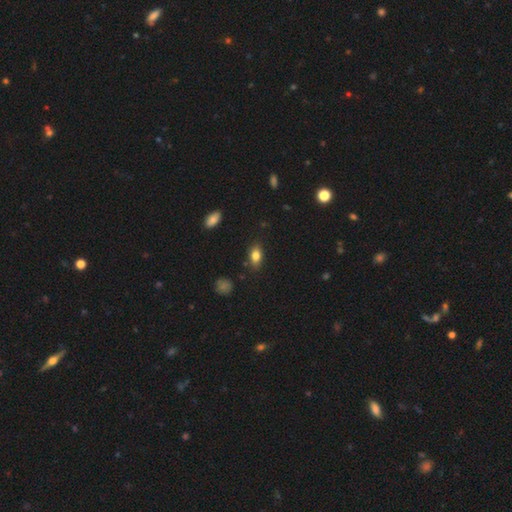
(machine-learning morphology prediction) Q: Smooth or featured?
A: smooth (81%); runner-up: featured or disk (10%)
Q: How rounded?
A: in between (86%); runner-up: round (9%)
Q: Merging?
A: none (82%); runner-up: minor disturbance (13%)